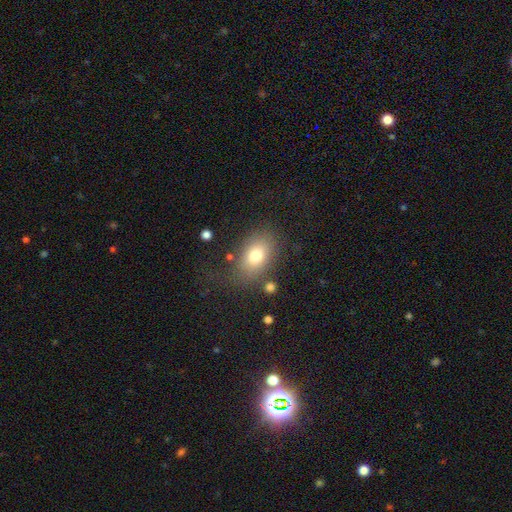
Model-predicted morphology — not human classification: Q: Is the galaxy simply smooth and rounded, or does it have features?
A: smooth — 75%.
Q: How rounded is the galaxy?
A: in between — 81%.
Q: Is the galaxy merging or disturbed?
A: none — 70%.